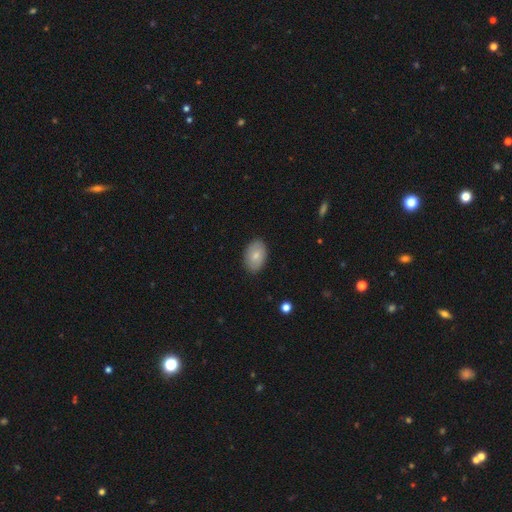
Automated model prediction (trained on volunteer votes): Overall: smooth (79%). How rounded: in between (89%). Merging: none (87%).